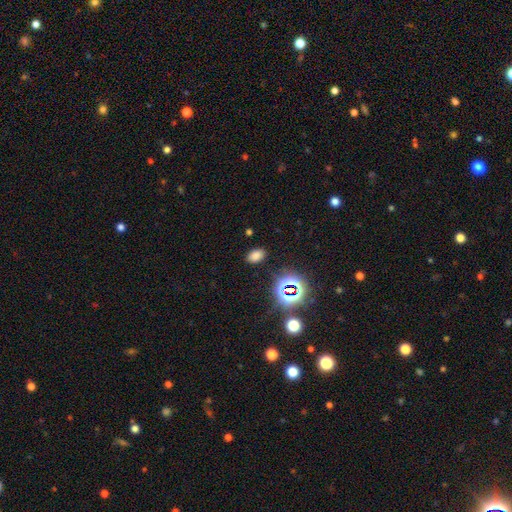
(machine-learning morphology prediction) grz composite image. It shows a smooth galaxy with no disk features (71%) that is in between round and cigar-shaped (88%). Merging: none (86%).